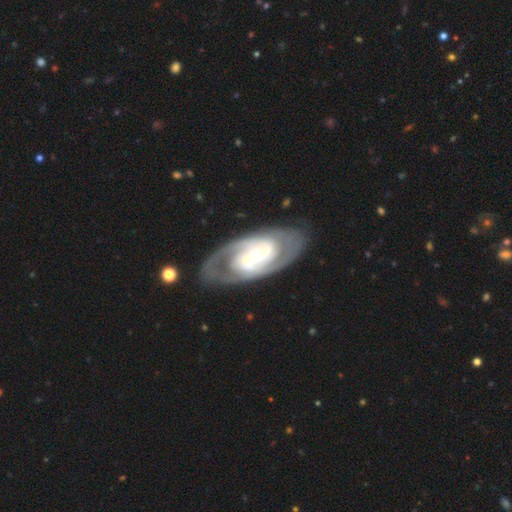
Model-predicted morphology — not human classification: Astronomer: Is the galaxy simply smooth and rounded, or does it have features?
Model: featured or disk — 86%.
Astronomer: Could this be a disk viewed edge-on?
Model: no — 94%.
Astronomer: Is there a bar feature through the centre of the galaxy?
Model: strong — 45% (runner-up: weak, 35%).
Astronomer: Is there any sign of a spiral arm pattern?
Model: yes — 90%.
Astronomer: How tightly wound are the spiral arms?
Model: tight — 53% (runner-up: medium, 37%).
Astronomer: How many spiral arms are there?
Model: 2 — 73%.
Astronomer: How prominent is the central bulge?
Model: small — 49% (runner-up: moderate, 43%).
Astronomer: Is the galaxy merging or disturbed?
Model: none — 79%.